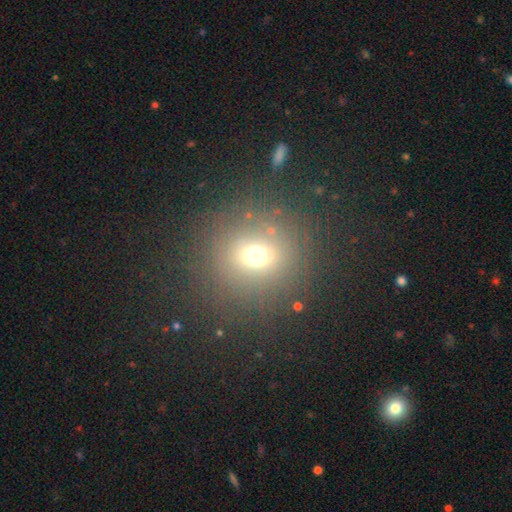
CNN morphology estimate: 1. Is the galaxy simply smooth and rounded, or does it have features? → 63% smooth, 23% star or artifact, 13% featured or disk.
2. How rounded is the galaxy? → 83% round, 15% in between, 1% cigar-shaped.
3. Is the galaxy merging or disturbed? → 81% none, 9% minor disturbance, 6% major disturbance, 3% merger.